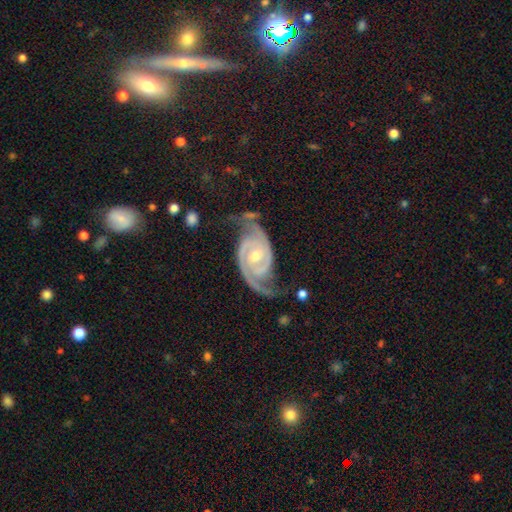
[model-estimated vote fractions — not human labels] Smooth or featured? featured or disk (93%)
Edge-on disk? no (97%)
Bar? no (55%)
Spiral arms? yes (99%)
Spiral winding? tight (50%)
Spiral arm count? 2 (90%)
Bulge size? moderate (56%)
Merging? none (67%)